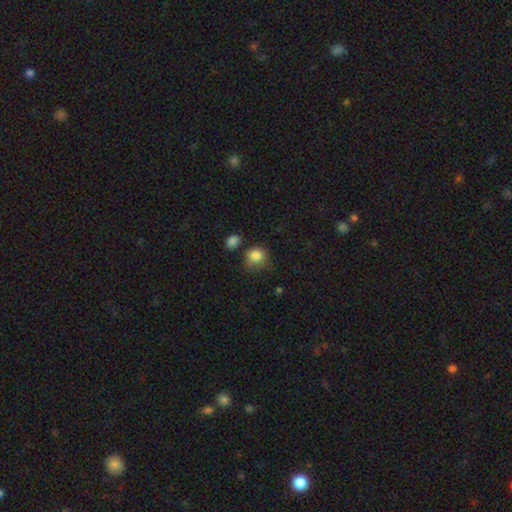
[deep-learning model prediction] Smooth or featured? smooth (84%)
How rounded? round (71%)
Merging? none (55%)